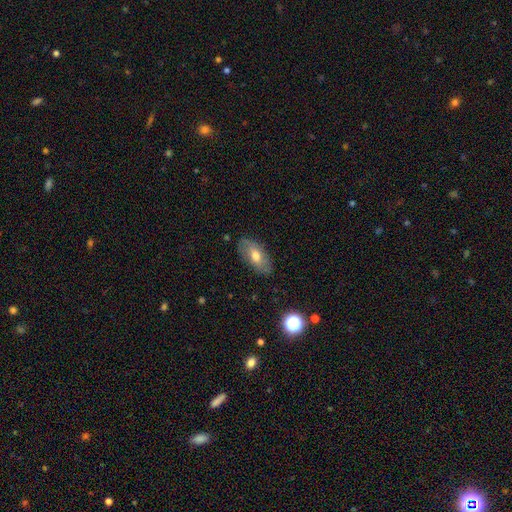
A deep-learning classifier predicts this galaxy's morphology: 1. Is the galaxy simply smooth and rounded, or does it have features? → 63% smooth, 29% featured or disk, 7% star or artifact.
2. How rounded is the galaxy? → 91% in between, 5% cigar-shaped, 4% round.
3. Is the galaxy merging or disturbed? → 81% none, 14% minor disturbance, 3% major disturbance, 1% merger.